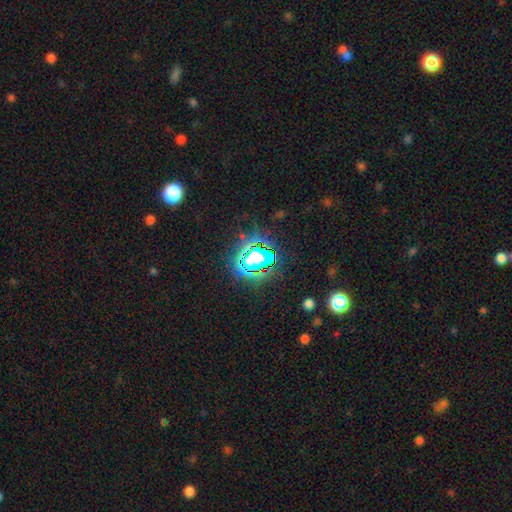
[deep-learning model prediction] Smooth or featured: star or artifact — 64% (smooth — 24%)